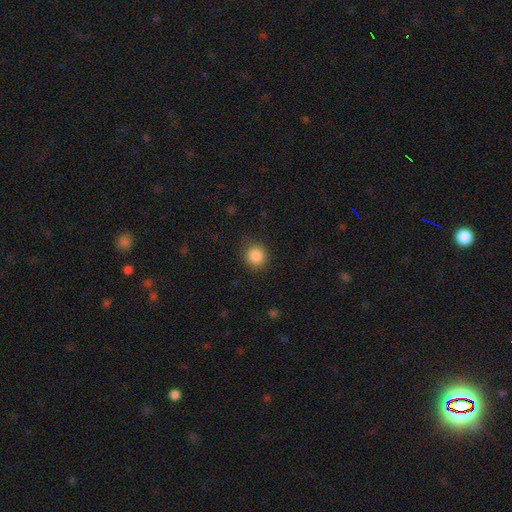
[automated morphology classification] The model was most divided on "merging": none: 84%, minor disturbance: 11%, major disturbance: 4%, merger: 1%. More confident: smooth or featured — smooth (87%); how rounded — round (86%).